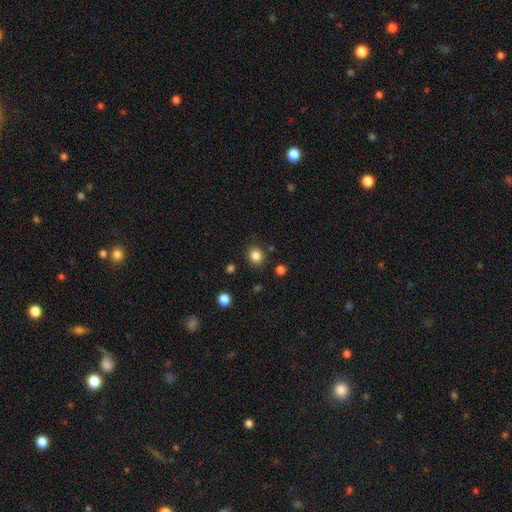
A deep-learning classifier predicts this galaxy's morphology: smooth-or-featured: smooth: 84% | star or artifact: 12% | featured or disk: 4%
  how-rounded: round: 82% | in between: 17% | cigar-shaped: 1%
  merging: none: 86% | minor disturbance: 9% | merger: 3% | major disturbance: 3%